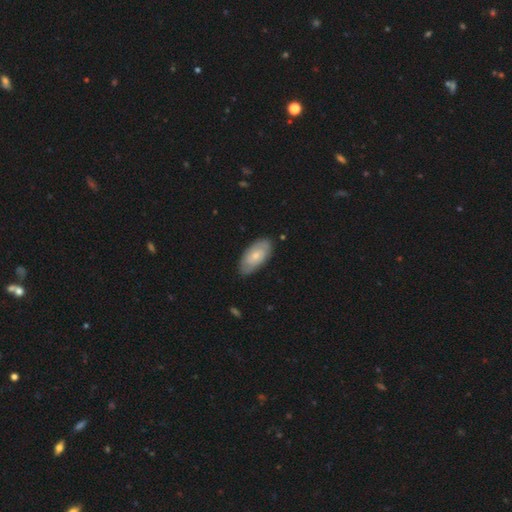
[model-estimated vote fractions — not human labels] smooth 49%, featured or disk 46%, star or artifact 6%. Down the decision tree: merging — none (81%).